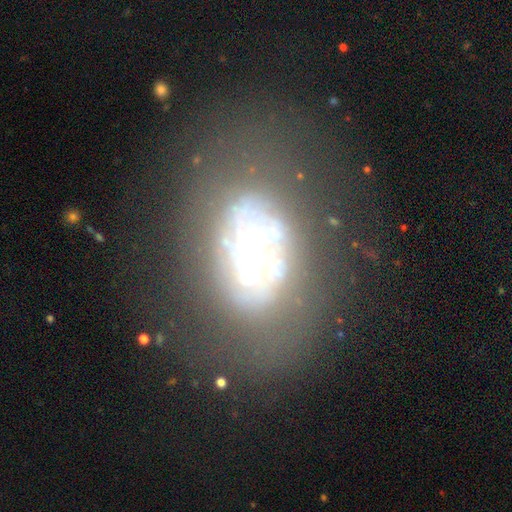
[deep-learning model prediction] This is likely a featured or disk galaxy (76%). It is clearly not viewed edge-on (95%). Bar: likely no (78%). Spiral arm pattern: likely yes (69%). Central bulge: possibly small (47%). Merging: possibly none (54%).